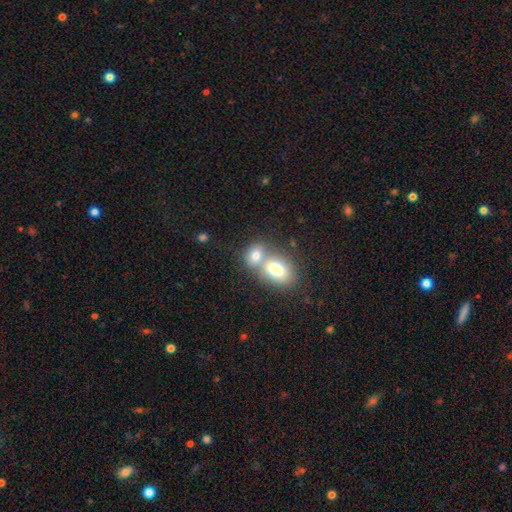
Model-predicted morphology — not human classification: smooth_or_featured: smooth (p=0.76) [alt: featured or disk p=0.15]
how_rounded: in between (p=0.59) [alt: round p=0.40]
merging: merger (p=0.60) [alt: none p=0.30]